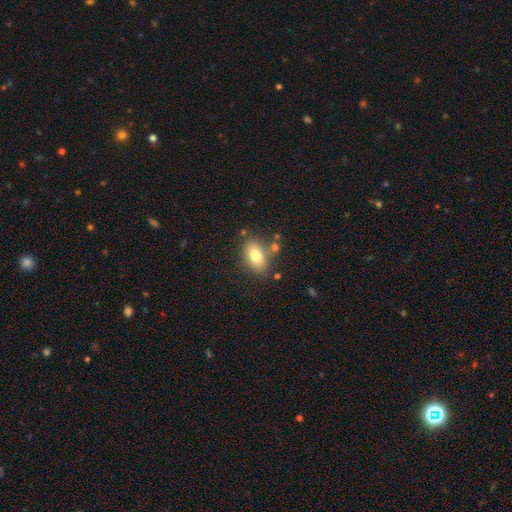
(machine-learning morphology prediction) Q: Smooth or featured?
A: smooth (76%); runner-up: featured or disk (15%)
Q: How rounded?
A: in between (85%); runner-up: round (12%)
Q: Merging?
A: none (74%); runner-up: minor disturbance (14%)